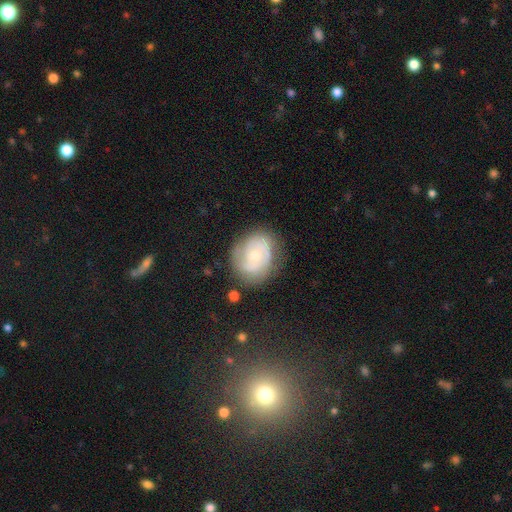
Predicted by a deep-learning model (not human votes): smooth-or-featured: featured or disk: 69% | smooth: 24% | star or artifact: 7%
  disk-edge-on: no: 97% | yes: 3%
    bar: no: 72% | weak: 24% | strong: 4%
    has-spiral-arms: yes: 82% | no: 18%
      spiral-winding: tight: 52% | medium: 36% | loose: 12%
      spiral-arm-count: 2: 53% | can't tell: 27% | 3: 9% | 1: 6% | 4: 2% | more than 4: 2%
    bulge-size: small: 50% | moderate: 46% | large: 2% | none: 1% | dominant: 1%
  merging: none: 71% | minor disturbance: 20% | major disturbance: 8% | merger: 2%